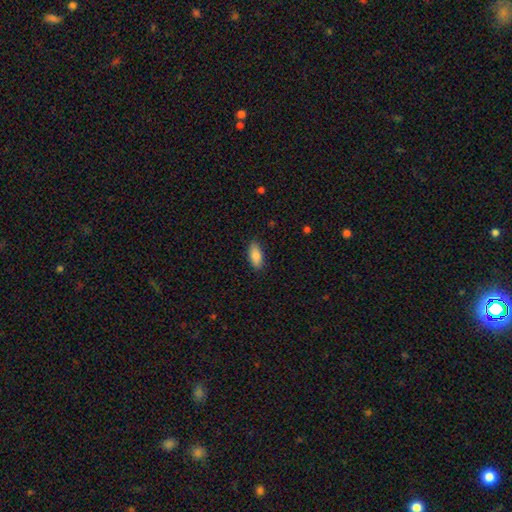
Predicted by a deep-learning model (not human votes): Smooth or featured? Predicted: smooth (p=0.87). How rounded? Predicted: in between (p=0.83). Merging? Predicted: none (p=0.87).